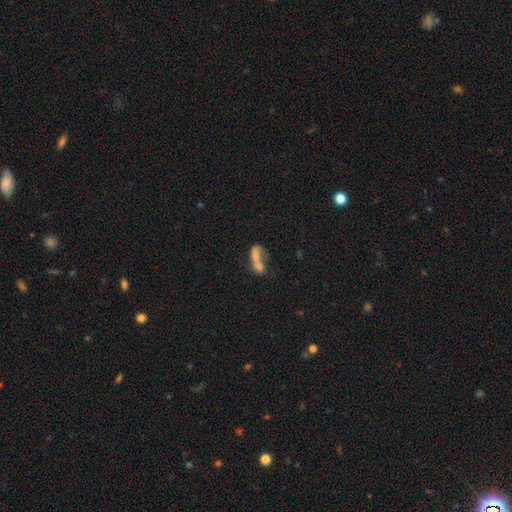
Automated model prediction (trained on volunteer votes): smooth_or_featured: smooth (p=0.58) [alt: featured or disk p=0.29]
how_rounded: in between (p=0.68) [alt: round p=0.17]
merging: merger (p=0.68) [alt: none p=0.16]